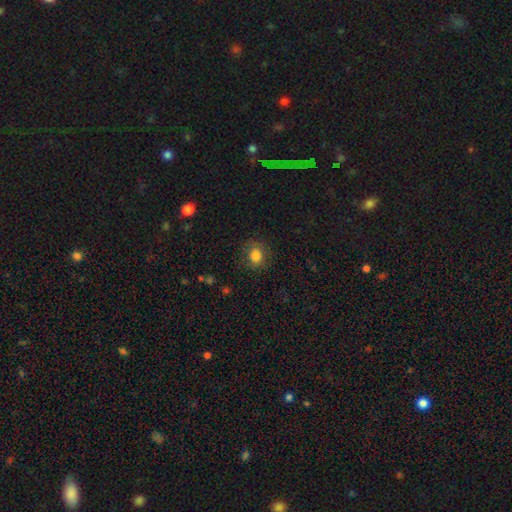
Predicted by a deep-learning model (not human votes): This appears to be a smooth galaxy with no disk features (81%) that is round (72%). Merging: none (80%).